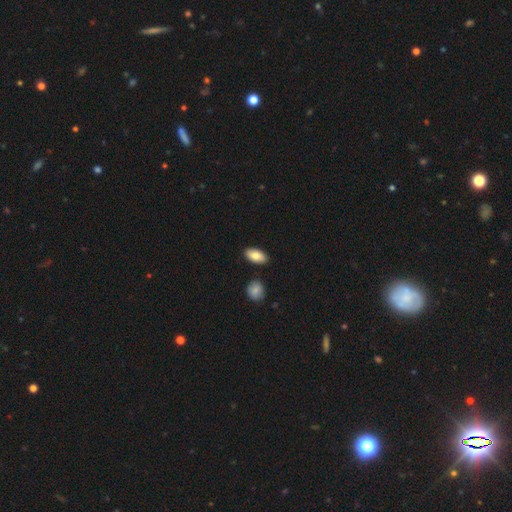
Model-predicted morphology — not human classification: type=smooth (84%); roundness=in between (94%); merging=none (87%).